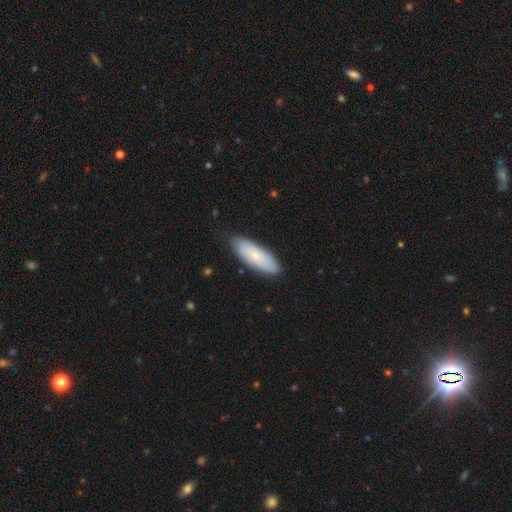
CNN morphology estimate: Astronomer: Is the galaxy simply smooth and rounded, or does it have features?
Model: smooth — 72%.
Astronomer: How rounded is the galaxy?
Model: in between — 70%.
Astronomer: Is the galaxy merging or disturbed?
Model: none — 84%.